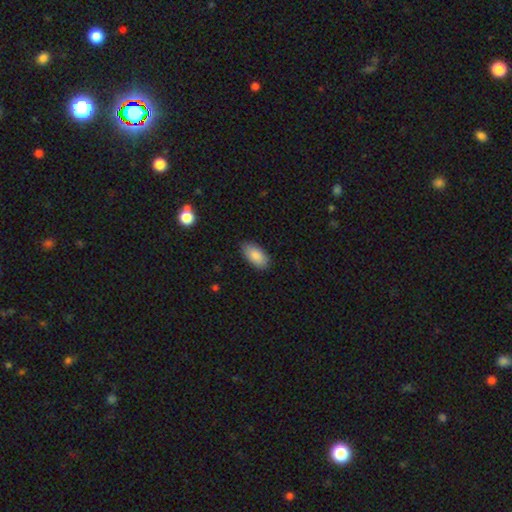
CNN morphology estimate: smooth 86%, featured or disk 7%, star or artifact 6%. Down the decision tree: how rounded — in between (93%); merging — none (86%).